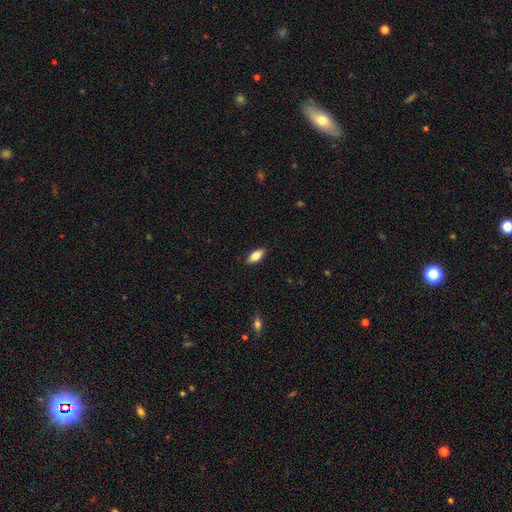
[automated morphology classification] smooth-or-featured: smooth: 79% | featured or disk: 14% | star or artifact: 7%
  how-rounded: in between: 87% | cigar-shaped: 10% | round: 3%
  merging: none: 88% | minor disturbance: 9% | major disturbance: 2% | merger: 1%